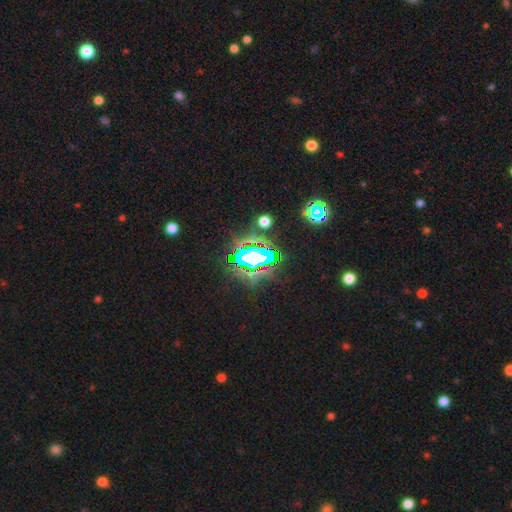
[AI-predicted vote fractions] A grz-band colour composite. It shows a star or artifact, not a galaxy (62%).